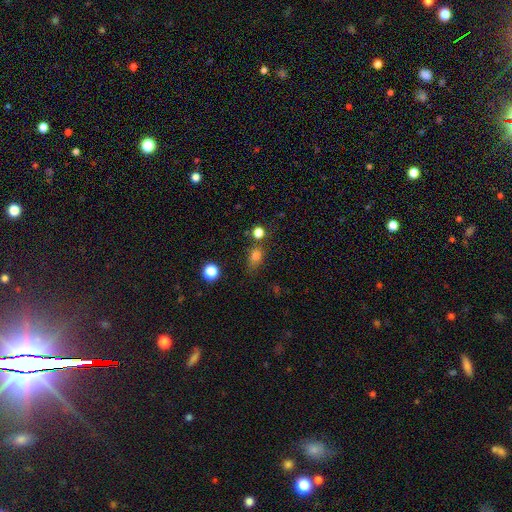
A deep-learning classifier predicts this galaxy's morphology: smooth-or-featured: smooth: 76% | star or artifact: 17% | featured or disk: 7%
  how-rounded: in between: 58% | round: 39% | cigar-shaped: 3%
  merging: none: 58% | minor disturbance: 22% | merger: 11% | major disturbance: 9%